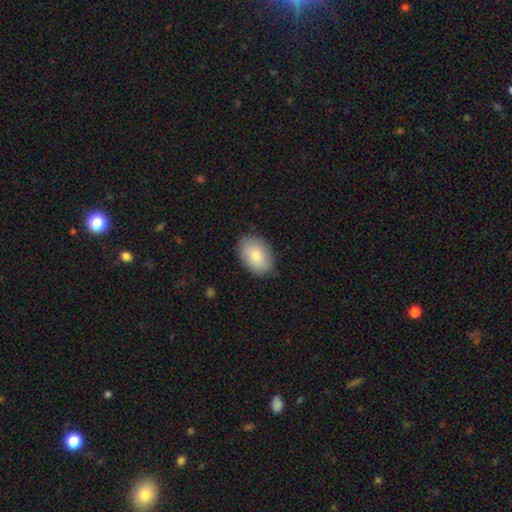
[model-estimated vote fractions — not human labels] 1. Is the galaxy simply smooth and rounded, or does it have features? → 83% smooth, 11% featured or disk, 7% star or artifact.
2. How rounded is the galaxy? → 86% in between, 13% round, 1% cigar-shaped.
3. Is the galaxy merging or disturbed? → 85% none, 12% minor disturbance, 3% major disturbance, 1% merger.